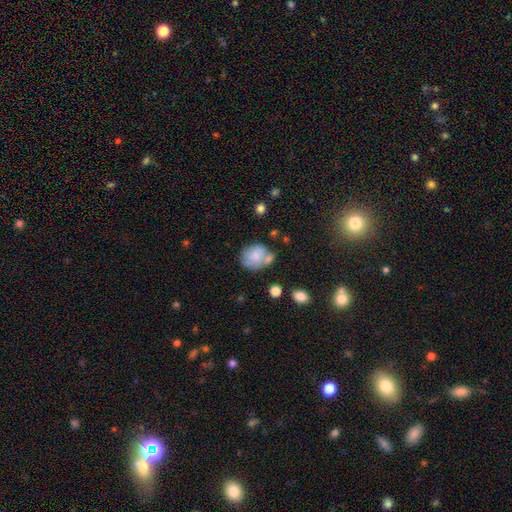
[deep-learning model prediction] smooth 70%, featured or disk 23%, star or artifact 8%. Down the decision tree: how rounded — round (63%); merging — none (47%).